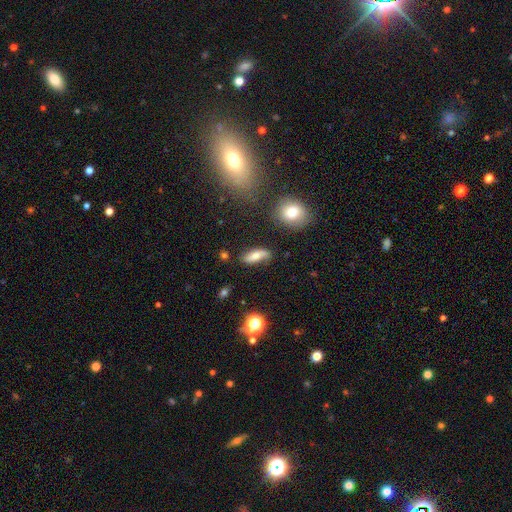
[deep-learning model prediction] Q: Smooth or featured?
A: smooth (58%); runner-up: featured or disk (33%)
Q: How rounded?
A: in between (64%); runner-up: cigar-shaped (32%)
Q: Merging?
A: none (72%); runner-up: minor disturbance (18%)